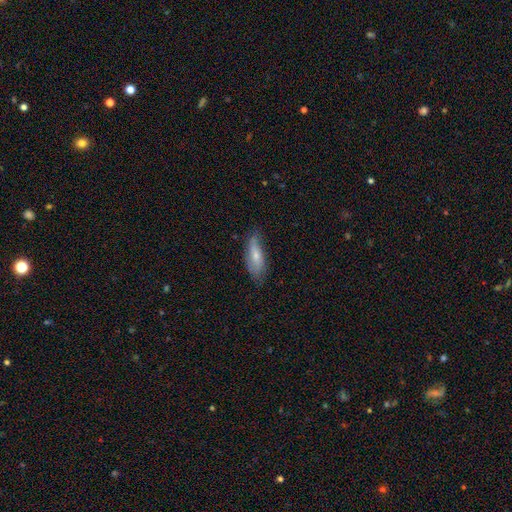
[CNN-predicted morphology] This is likely a smooth galaxy (63%). How rounded: likely in between (64%). Merging: likely none (64%).